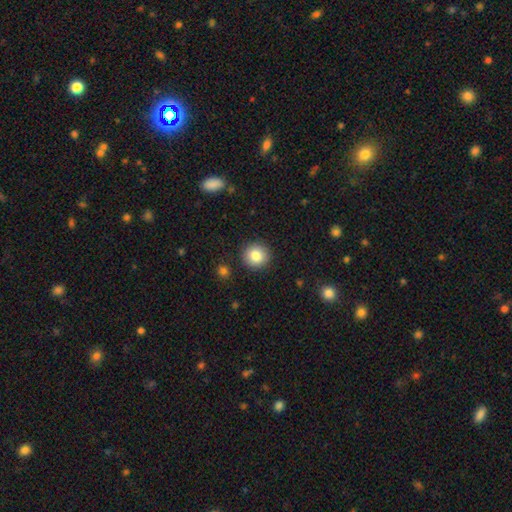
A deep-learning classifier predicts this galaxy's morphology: The model was most divided on "smooth or featured": smooth: 83%, star or artifact: 9%, featured or disk: 8%. More confident: how rounded — round (93%); merging — none (91%).